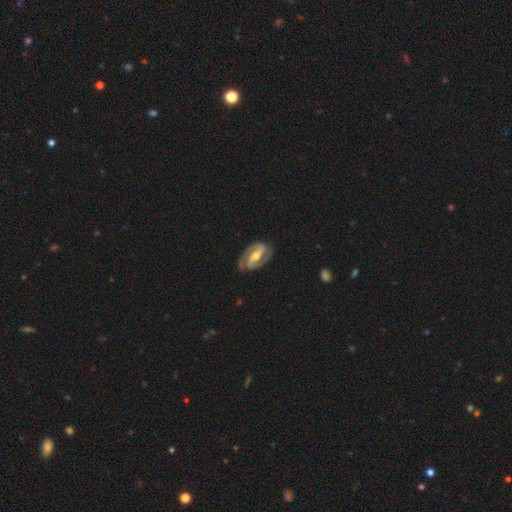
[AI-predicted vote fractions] The model was most divided on "spiral winding": medium: 46%, tight: 39%, loose: 15%. More confident: edge-on disk — no (96%); spiral arms — yes (94%); spiral arm count — 2 (92%); smooth or featured — featured or disk (87%); merging — none (81%); bulge size — moderate (64%); bar — strong (58%).